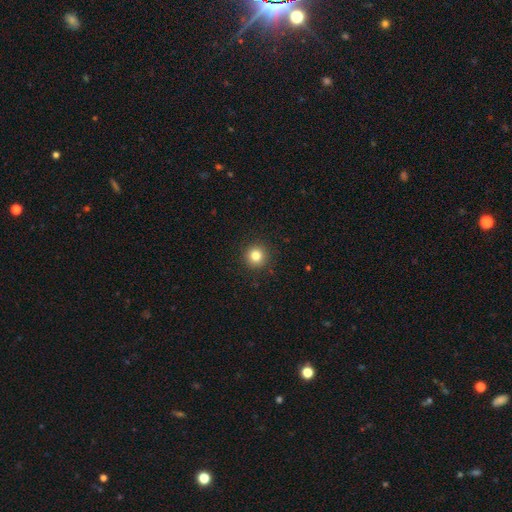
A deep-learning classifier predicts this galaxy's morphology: This is clearly a smooth galaxy (82%). How rounded: clearly round (95%). Merging: clearly none (92%).